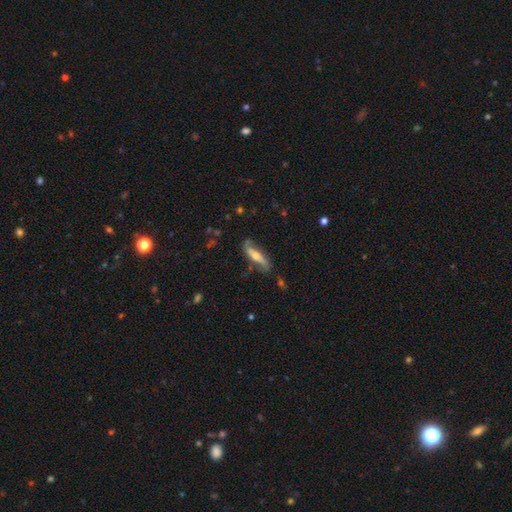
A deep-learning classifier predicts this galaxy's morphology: This is likely a featured or disk galaxy (66%). It is likely not viewed edge-on (62%). Merging: likely none (68%).